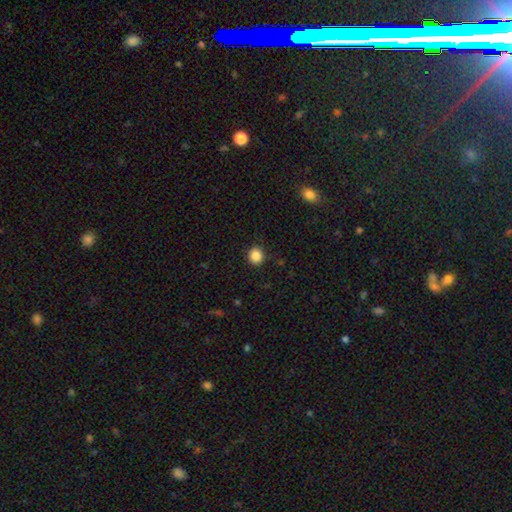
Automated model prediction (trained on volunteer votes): Morphology: type=smooth (86%); roundness=round (89%); merging=none (90%).